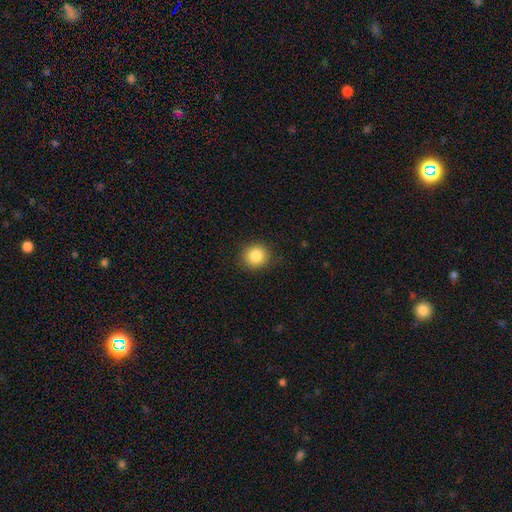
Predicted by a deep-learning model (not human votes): Smooth or featured?
  - smooth: 85% *
  - star or artifact: 10%
  - featured or disk: 5%
How rounded?
  - round: 89% *
  - in between: 10%
  - cigar-shaped: 1%
Merging?
  - none: 89% *
  - minor disturbance: 8%
  - major disturbance: 2%
  - merger: 1%